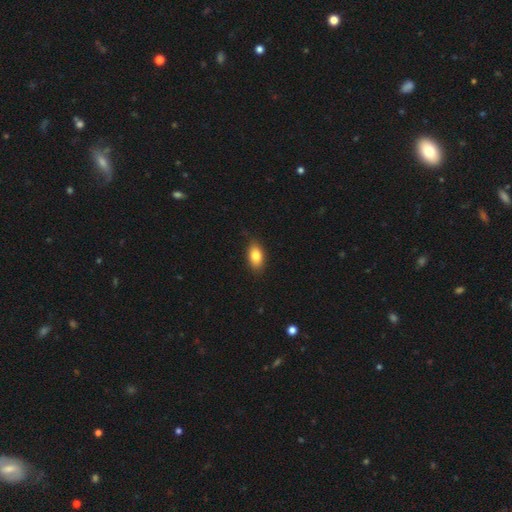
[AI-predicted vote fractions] A smooth galaxy with no disk features (82%) that is in between round and cigar-shaped (89%). Merging: none (85%).